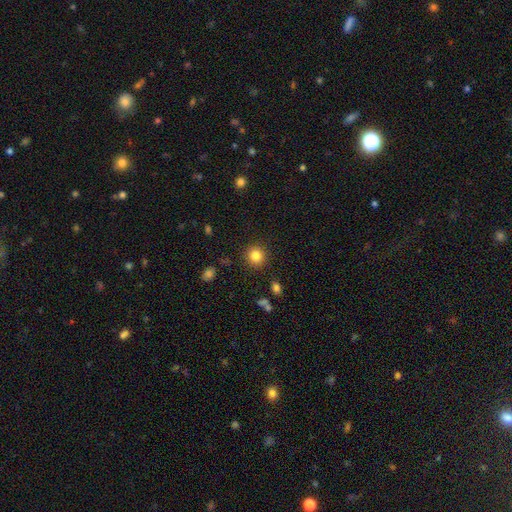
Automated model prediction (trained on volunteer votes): smooth_or_featured: smooth (p=0.83) [alt: star or artifact p=0.11]
how_rounded: round (p=0.92) [alt: in between p=0.07]
merging: none (p=0.90) [alt: minor disturbance p=0.06]